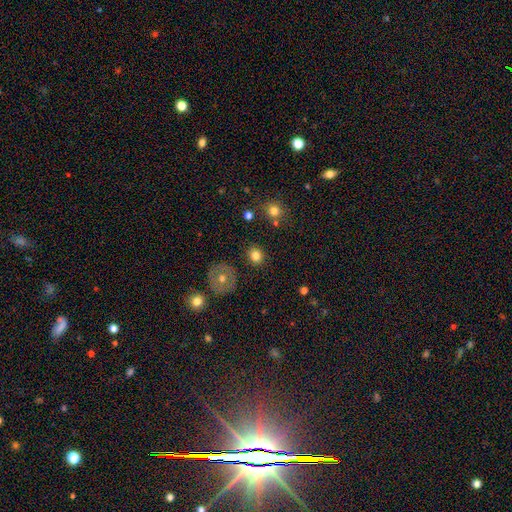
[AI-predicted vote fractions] Smooth or featured? smooth (81%)
How rounded? round (75%)
Merging? none (87%)